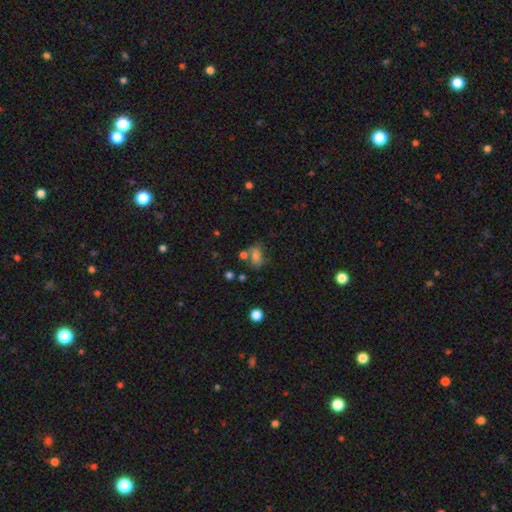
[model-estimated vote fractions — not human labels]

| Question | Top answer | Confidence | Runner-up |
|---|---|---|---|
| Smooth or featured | smooth | 72% | featured or disk (14%) |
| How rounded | in between | 77% | round (20%) |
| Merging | none | 47% | merger (23%) |